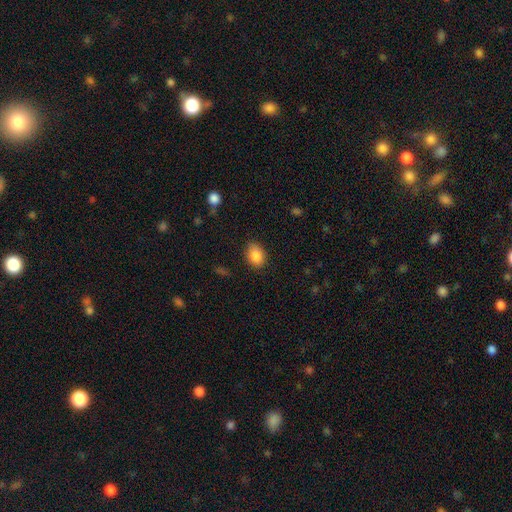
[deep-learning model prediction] The model was most divided on "how rounded": in between: 72%, round: 27%, cigar-shaped: 1%. More confident: smooth or featured — smooth (87%); merging — none (82%).